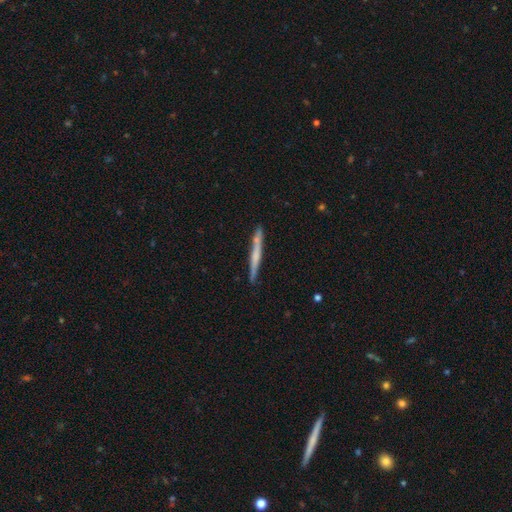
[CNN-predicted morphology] smooth_or_featured: smooth (p=0.48) [alt: featured or disk p=0.47]
merging: none (p=0.87) [alt: minor disturbance p=0.09]